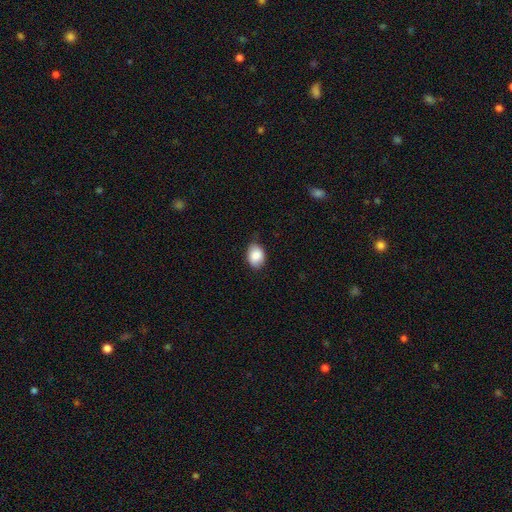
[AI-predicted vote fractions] The model was most divided on "how rounded": in between: 76%, round: 23%, cigar-shaped: 1%. More confident: smooth or featured — smooth (86%); merging — none (75%).